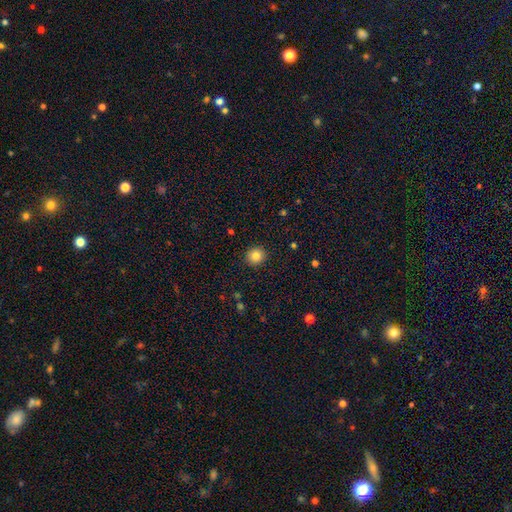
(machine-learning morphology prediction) The model was most divided on "smooth or featured": smooth: 84%, star or artifact: 11%, featured or disk: 6%. More confident: merging — none (92%); how rounded — round (91%).